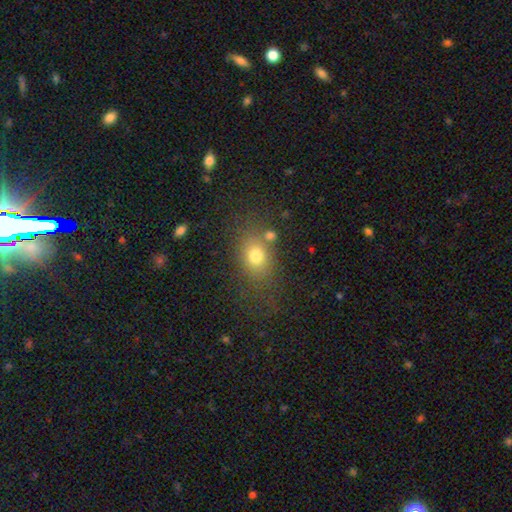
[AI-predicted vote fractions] Overall: smooth (75%). How rounded: in between (60%; round 38%). Merging: none (69%).